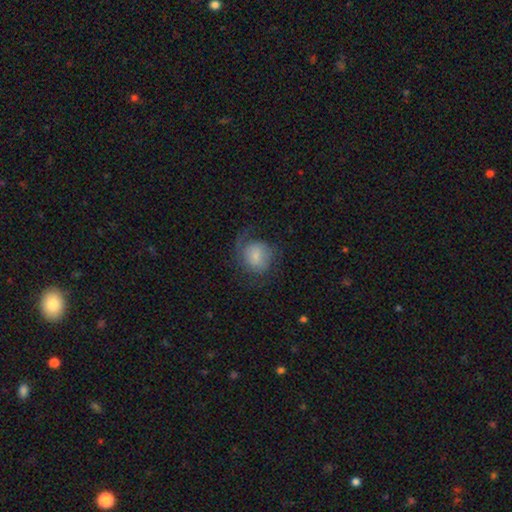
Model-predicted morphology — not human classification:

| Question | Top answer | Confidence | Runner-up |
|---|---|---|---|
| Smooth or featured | smooth | 50% | featured or disk (41%) |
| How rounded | round | 68% | in between (31%) |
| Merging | none | 50% | major disturbance (27%) |